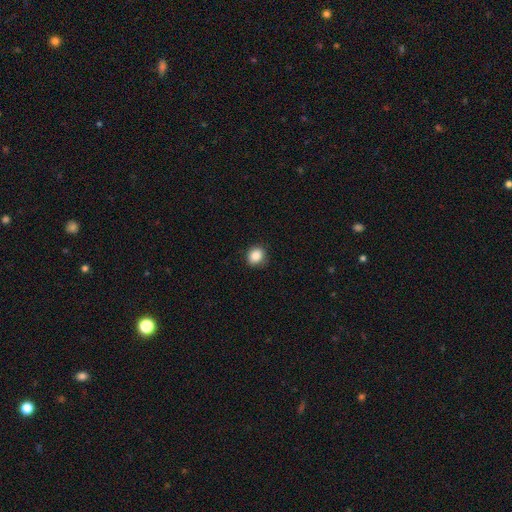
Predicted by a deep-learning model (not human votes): Smooth or featured?
  - smooth: 87% *
  - star or artifact: 9%
  - featured or disk: 4%
How rounded?
  - round: 67% *
  - in between: 32%
  - cigar-shaped: 1%
Merging?
  - none: 86% *
  - minor disturbance: 11%
  - major disturbance: 2%
  - merger: 1%